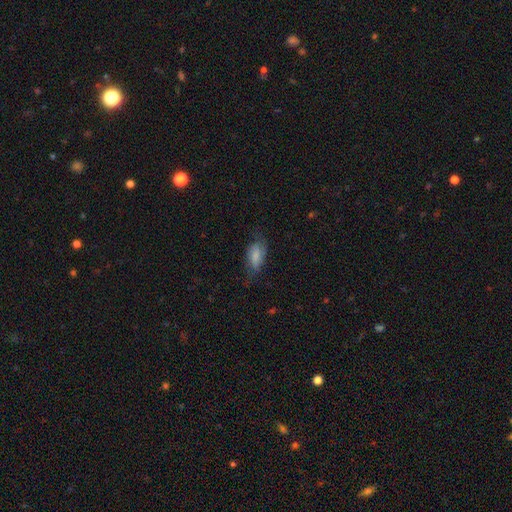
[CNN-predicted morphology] Overall: smooth (68%). How rounded: in between (89%). Merging: none (54%; minor disturbance 30%).